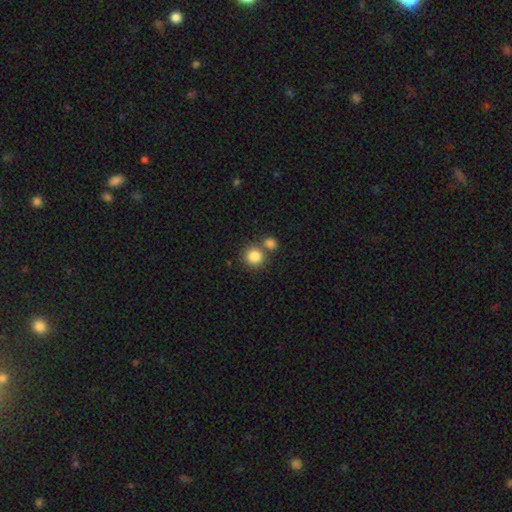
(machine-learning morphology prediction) A smooth galaxy with no disk features (85%) that is round (90%). Merging: none (61%).